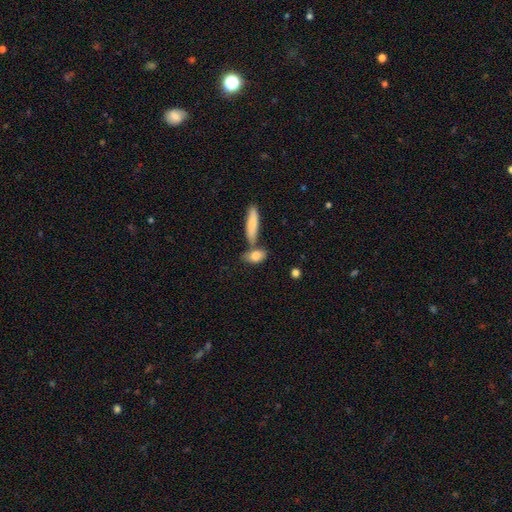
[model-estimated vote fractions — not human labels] A smooth galaxy with no disk features (81%) that is in between round and cigar-shaped (71%). Merging: none (50%).